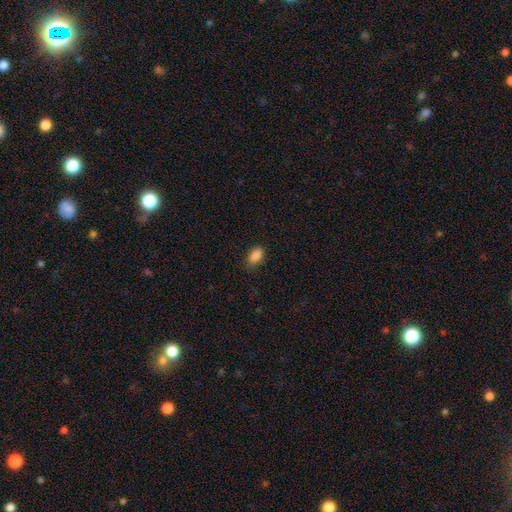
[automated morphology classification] Smooth or featured? Predicted: smooth (p=0.87). How rounded? Predicted: in between (p=0.88). Merging? Predicted: none (p=0.77).